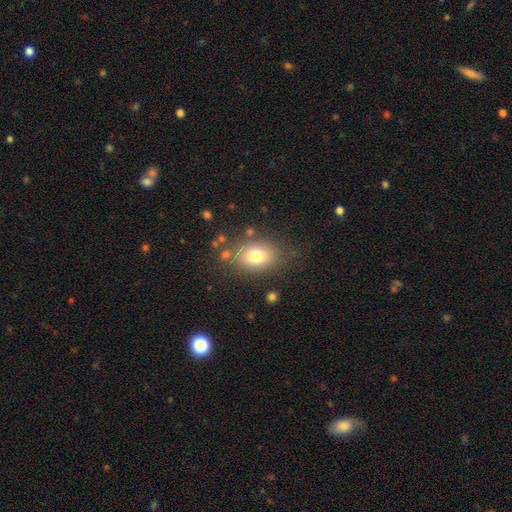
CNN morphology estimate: This is likely a smooth galaxy (77%). How rounded: likely in between (67%). Merging: likely none (78%).